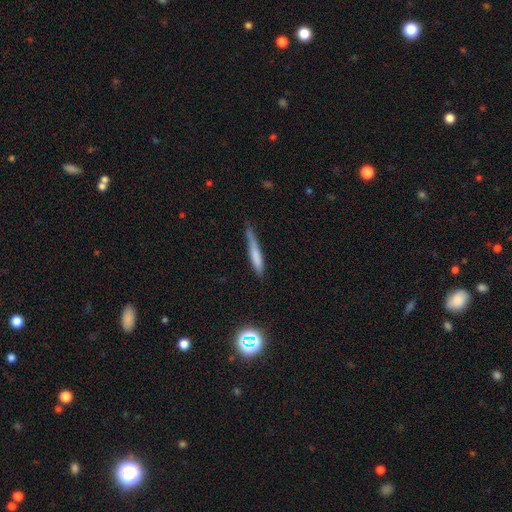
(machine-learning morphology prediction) Smooth or featured? Predicted: smooth (p=0.69). How rounded? Predicted: cigar-shaped (p=0.92). Merging? Predicted: none (p=0.62).